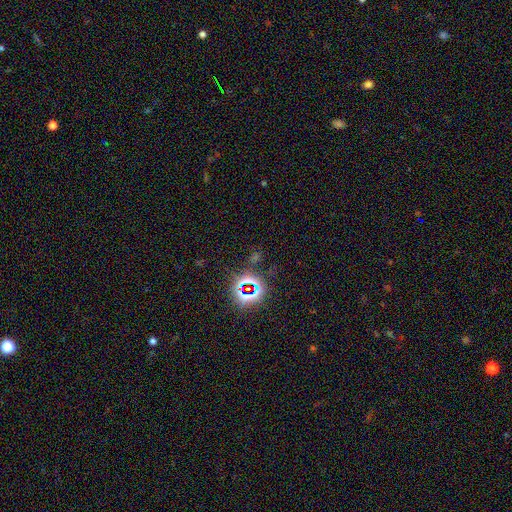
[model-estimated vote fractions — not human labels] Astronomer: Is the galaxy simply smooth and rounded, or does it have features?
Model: star or artifact — 75%.